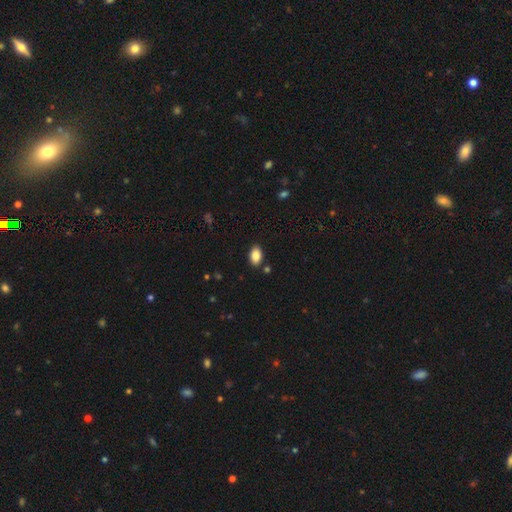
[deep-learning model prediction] The model was most divided on "merging": none: 87%, minor disturbance: 9%, merger: 2%, major disturbance: 2%. More confident: how rounded — in between (92%); smooth or featured — smooth (87%).